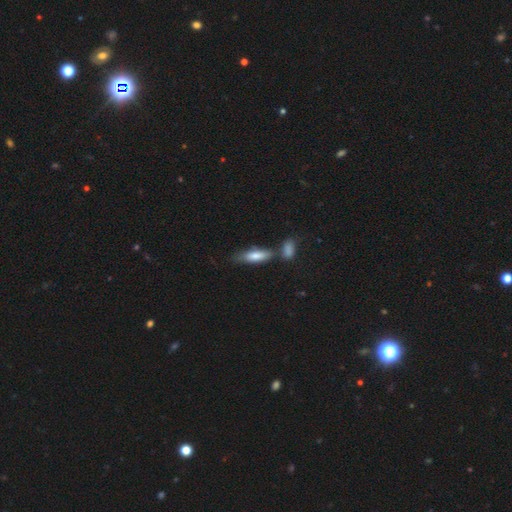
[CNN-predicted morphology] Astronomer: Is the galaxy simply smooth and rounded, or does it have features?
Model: smooth — 73%.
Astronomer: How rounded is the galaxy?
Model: cigar-shaped — 54% (runner-up: in between, 44%).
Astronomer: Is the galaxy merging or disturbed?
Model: none — 53%.